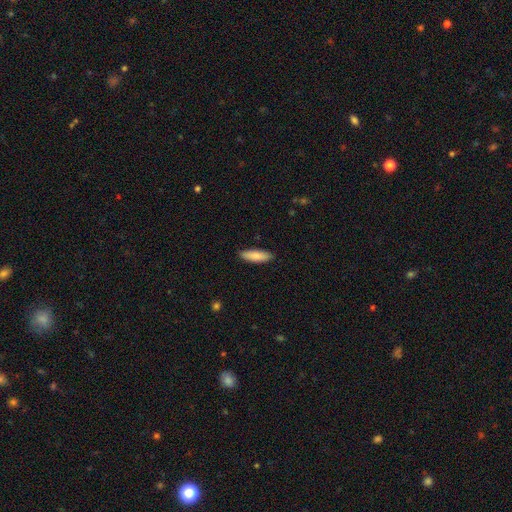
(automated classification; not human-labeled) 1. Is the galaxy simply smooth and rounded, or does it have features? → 85% smooth, 10% featured or disk, 6% star or artifact.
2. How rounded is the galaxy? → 54% cigar-shaped, 45% in between, 2% round.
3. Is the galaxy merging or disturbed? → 88% none, 9% minor disturbance, 2% major disturbance, 1% merger.